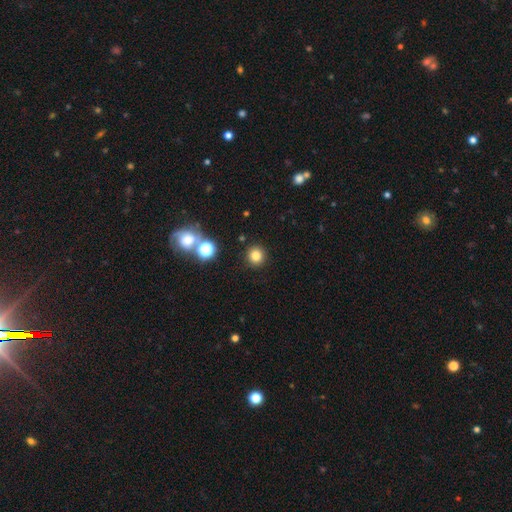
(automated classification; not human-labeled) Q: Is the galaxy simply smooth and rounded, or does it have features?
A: smooth — 80%.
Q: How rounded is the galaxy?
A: round — 93%.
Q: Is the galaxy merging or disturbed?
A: none — 88%.